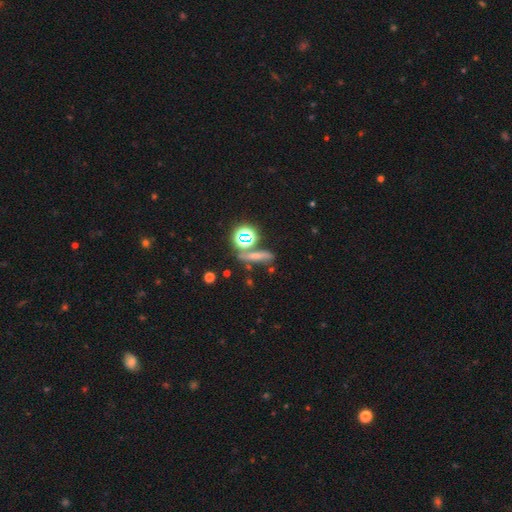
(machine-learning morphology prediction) type=smooth (53%); roundness=cigar-shaped (61%); merging=none (65%).